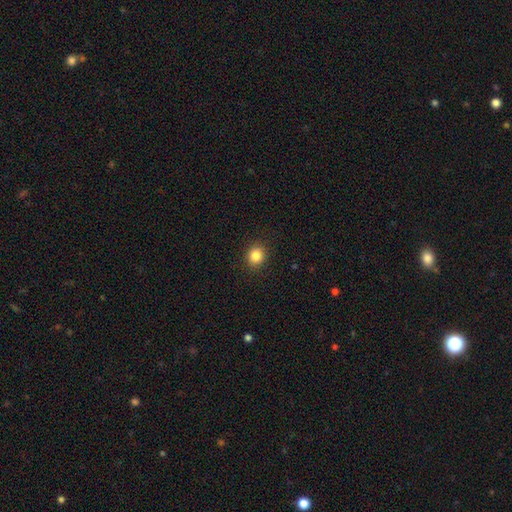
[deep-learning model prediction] Q: Smooth or featured?
A: smooth (85%); runner-up: star or artifact (11%)
Q: How rounded?
A: round (79%); runner-up: in between (20%)
Q: Merging?
A: none (91%); runner-up: minor disturbance (6%)